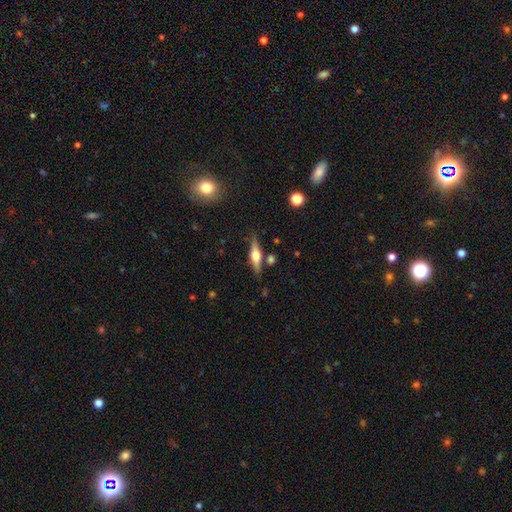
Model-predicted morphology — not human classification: A featured or disk galaxy (61%) viewed edge-on (95%) with a rounded central bulge (92%). Merging: none (80%).